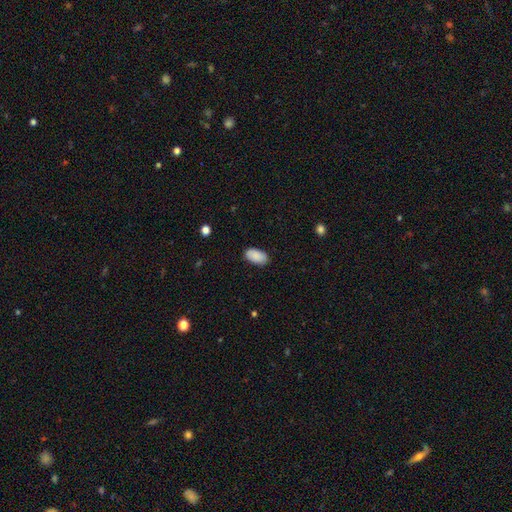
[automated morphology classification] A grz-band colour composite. It shows a smooth galaxy with no disk features (90%) that is in between round and cigar-shaped (95%). Merging: none (86%).